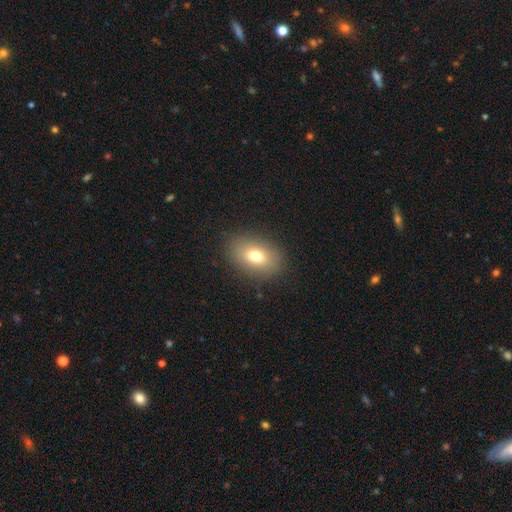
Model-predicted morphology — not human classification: Smooth or featured? smooth (74%)
How rounded? in between (83%)
Merging? none (86%)